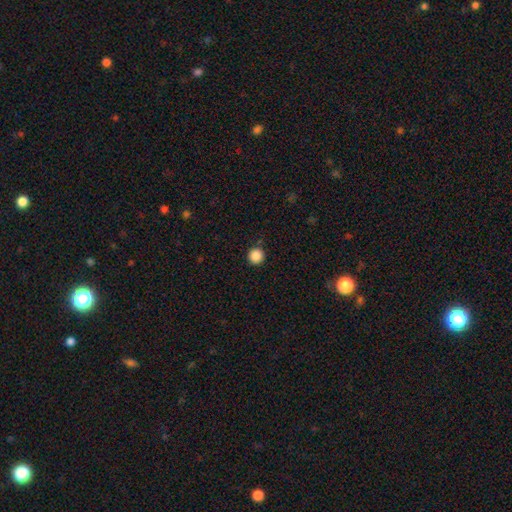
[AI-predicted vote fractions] smooth 87%, star or artifact 10%, featured or disk 3%. Down the decision tree: how rounded — round (96%); merging — none (91%).